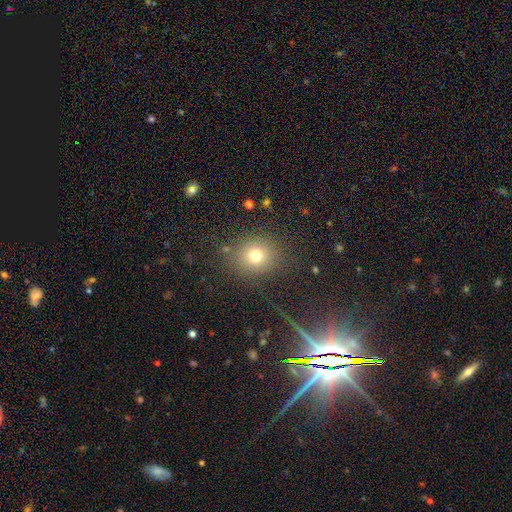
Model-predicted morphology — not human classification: The model was most divided on "how rounded": round: 75%, in between: 23%, cigar-shaped: 1%. More confident: merging — none (82%); smooth or featured — smooth (74%).